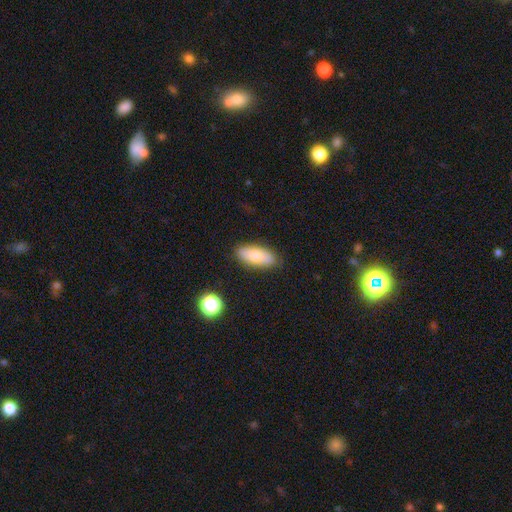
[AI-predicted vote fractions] smooth-or-featured: smooth: 76% | featured or disk: 17% | star or artifact: 7%
  how-rounded: in between: 80% | cigar-shaped: 17% | round: 3%
  merging: none: 86% | minor disturbance: 10% | major disturbance: 2% | merger: 1%